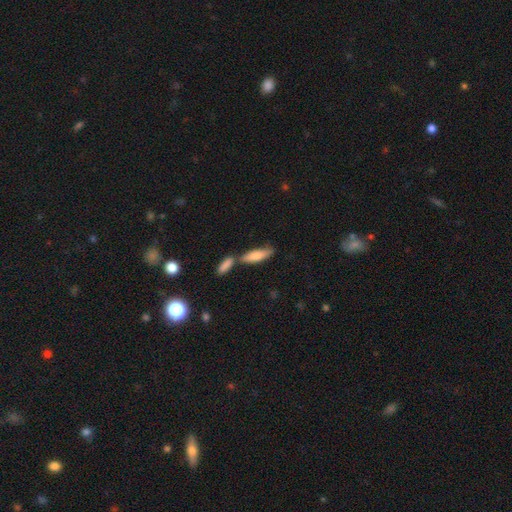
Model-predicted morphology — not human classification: Smooth or featured? Predicted: smooth (p=0.74). How rounded? Predicted: cigar-shaped (p=0.58). Merging? Predicted: none (p=0.47).